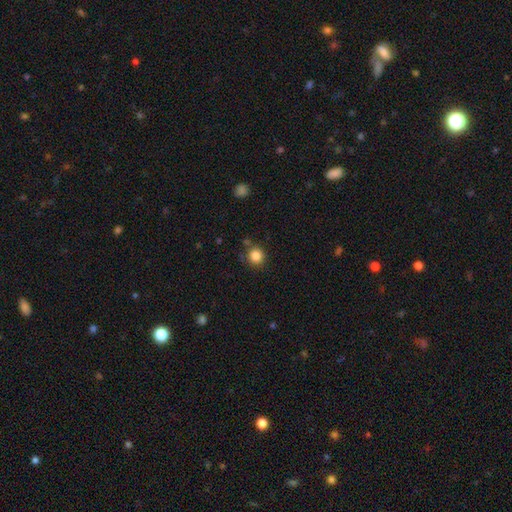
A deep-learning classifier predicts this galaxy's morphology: Q: Smooth or featured?
A: smooth (86%); runner-up: star or artifact (11%)
Q: How rounded?
A: round (91%); runner-up: in between (8%)
Q: Merging?
A: none (82%); runner-up: minor disturbance (11%)